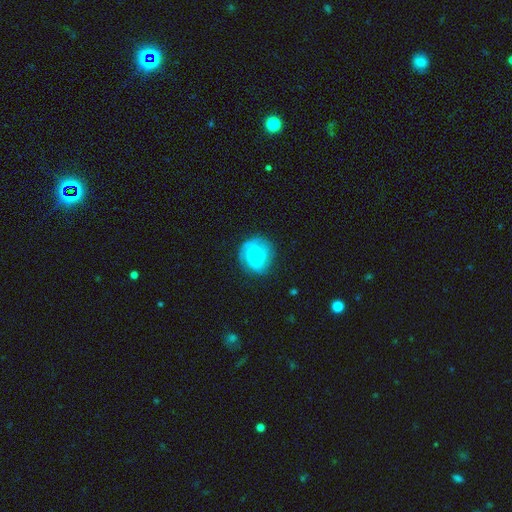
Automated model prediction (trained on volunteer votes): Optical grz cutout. It shows a featured or disk galaxy (60%) with no bar (71%), 2 (35%) tight (52%) spiral arms (91%) and a small central bulge (46%). Merging: none (75%).